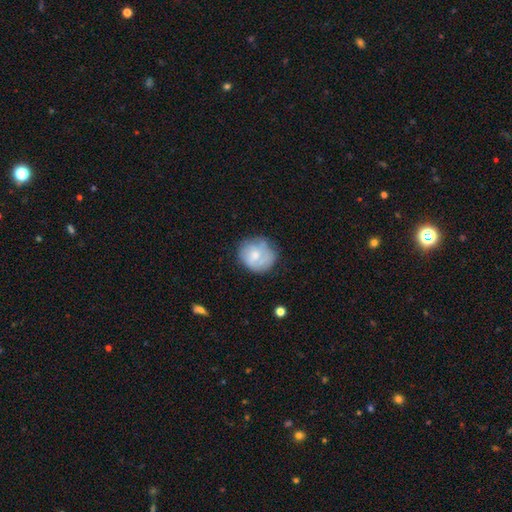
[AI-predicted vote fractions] Smooth or featured? smooth (60%)
How rounded? round (79%)
Merging? none (61%)